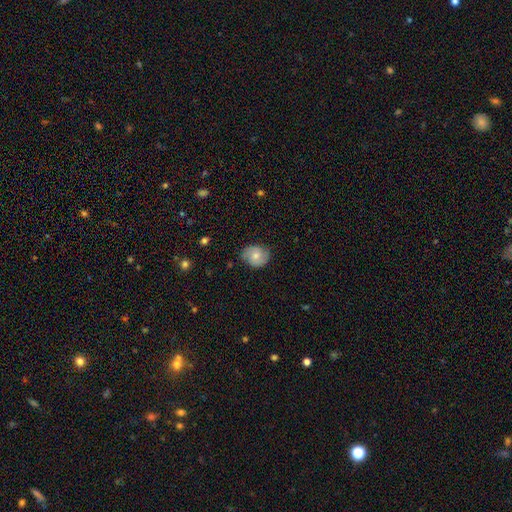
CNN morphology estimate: type=smooth (58%); roundness=round (65%); merging=none (73%).